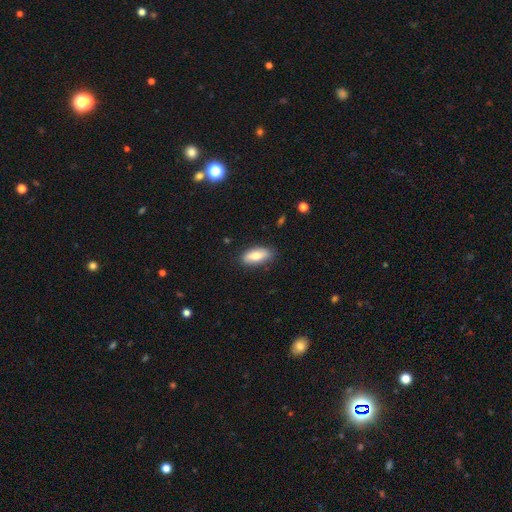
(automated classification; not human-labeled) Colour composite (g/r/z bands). It shows a smooth galaxy with no disk features (75%) that is in between round and cigar-shaped (83%). Merging: none (84%).